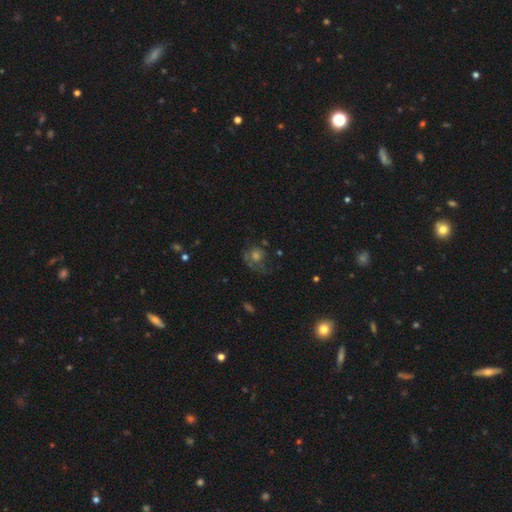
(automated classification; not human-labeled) Morphology: type=featured or disk (40%); merging=none (47%).